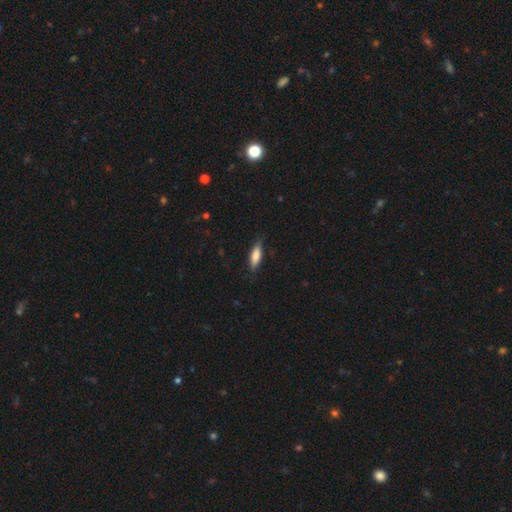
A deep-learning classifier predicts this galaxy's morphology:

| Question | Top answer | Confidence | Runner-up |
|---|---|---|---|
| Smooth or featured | smooth | 78% | featured or disk (16%) |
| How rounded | in between | 52% | cigar-shaped (46%) |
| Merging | none | 79% | minor disturbance (17%) |